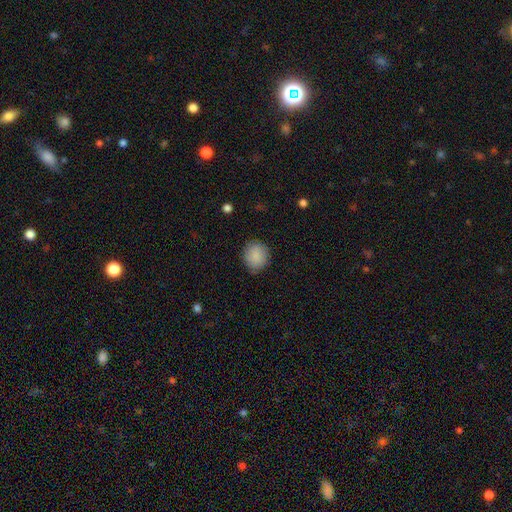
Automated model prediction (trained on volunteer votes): smooth_or_featured: smooth (p=0.88) [alt: star or artifact p=0.07]
how_rounded: round (p=0.77) [alt: in between p=0.22]
merging: none (p=0.85) [alt: minor disturbance p=0.11]